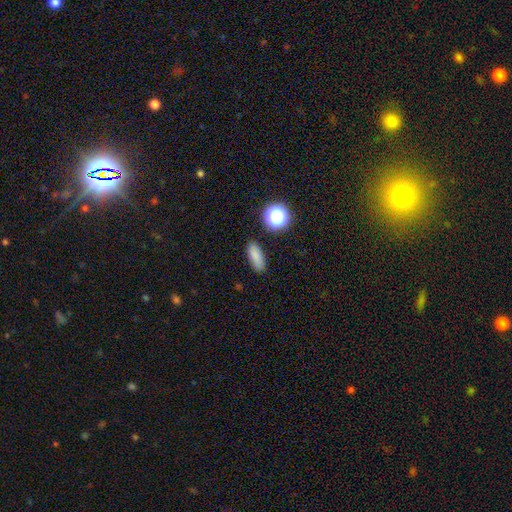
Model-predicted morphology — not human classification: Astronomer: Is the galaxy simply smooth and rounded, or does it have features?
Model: smooth — 83%.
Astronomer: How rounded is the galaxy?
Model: in between — 70%.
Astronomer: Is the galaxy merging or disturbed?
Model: none — 86%.